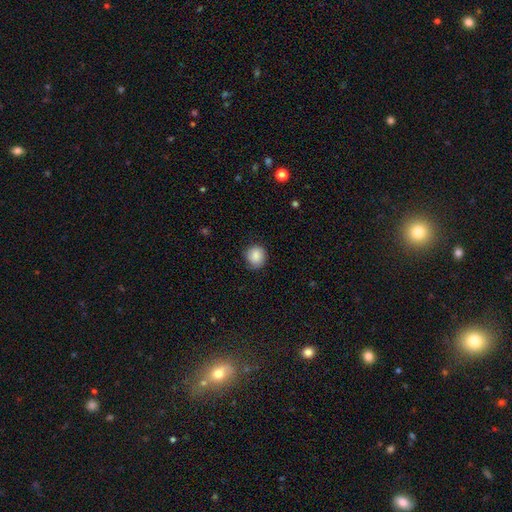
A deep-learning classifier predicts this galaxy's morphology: smooth 86%, star or artifact 8%, featured or disk 6%. Down the decision tree: how rounded — round (86%); merging — none (78%).